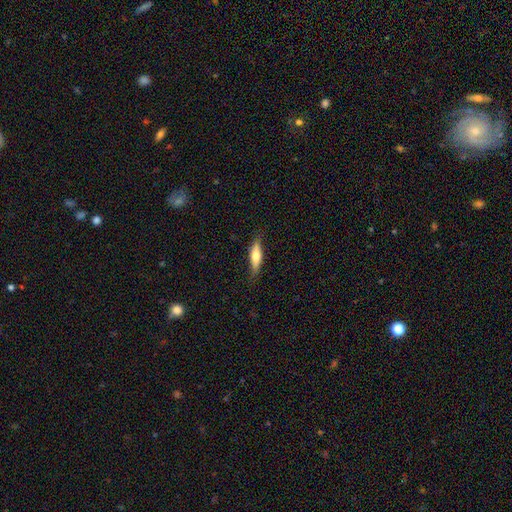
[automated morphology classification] The model was most divided on "smooth or featured": smooth: 58%, featured or disk: 36%, star or artifact: 6%. More confident: merging — none (78%); how rounded — cigar-shaped (61%).